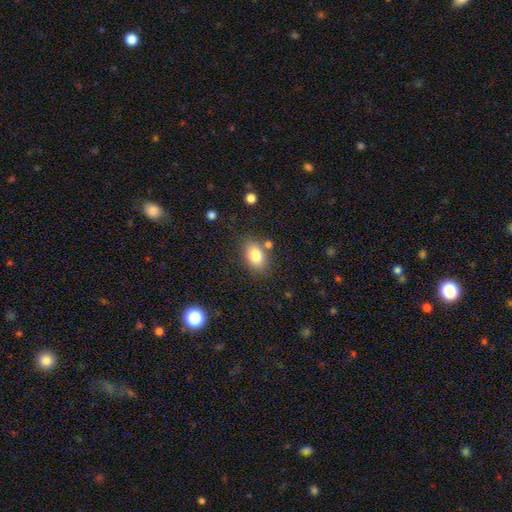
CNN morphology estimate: The model was most divided on "how rounded": in between: 80%, round: 19%, cigar-shaped: 1%. More confident: smooth or featured — smooth (82%); merging — none (77%).